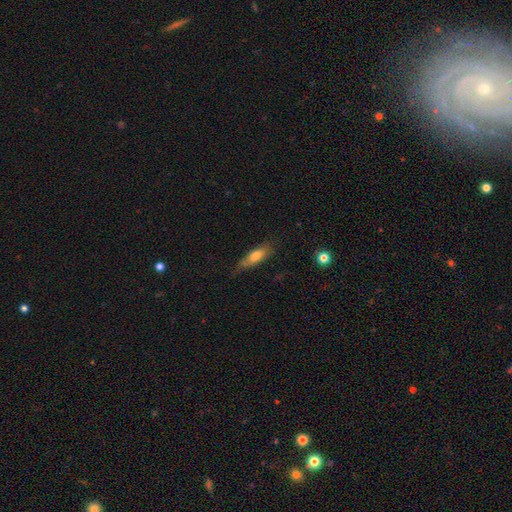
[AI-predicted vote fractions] smooth_or_featured: smooth (p=0.70) [alt: featured or disk p=0.23]
how_rounded: in between (p=0.57) [alt: cigar-shaped p=0.40]
merging: none (p=0.60) [alt: minor disturbance p=0.30]